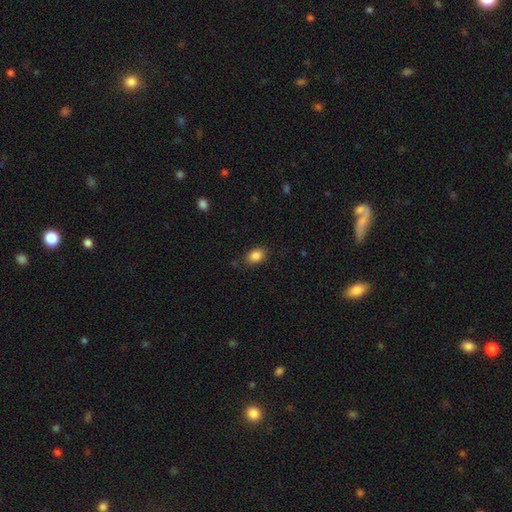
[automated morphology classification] smooth_or_featured: smooth (p=0.87) [alt: star or artifact p=0.09]
how_rounded: in between (p=0.81) [alt: round p=0.18]
merging: none (p=0.83) [alt: minor disturbance p=0.13]